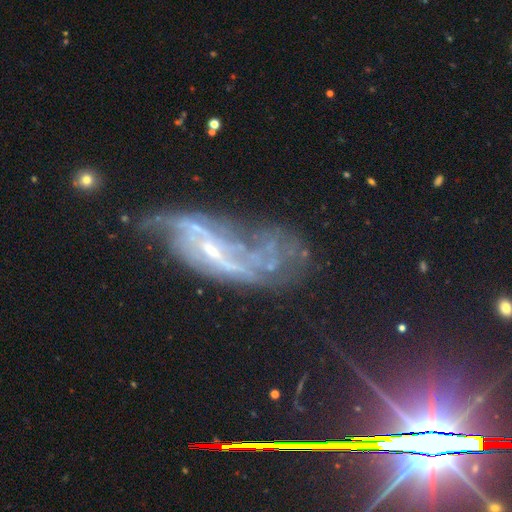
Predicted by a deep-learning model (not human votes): This is likely a featured or disk galaxy (72%). It is clearly not viewed edge-on (90%). Bar: possibly no (47%). Spiral arm pattern: clearly yes (84%). Spiral arm count: possibly 2 (53%). Spiral winding: possibly loose (54%). Central bulge: likely small (67%). Merging: marginally none (34%).